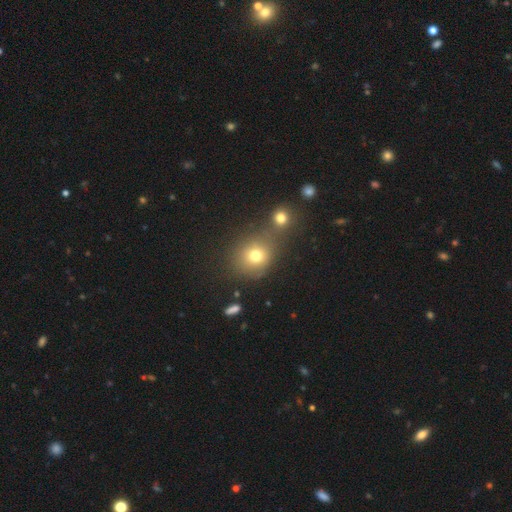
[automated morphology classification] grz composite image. It shows a smooth galaxy with no disk features (73%) that is round (75%). Merging: none (52%).